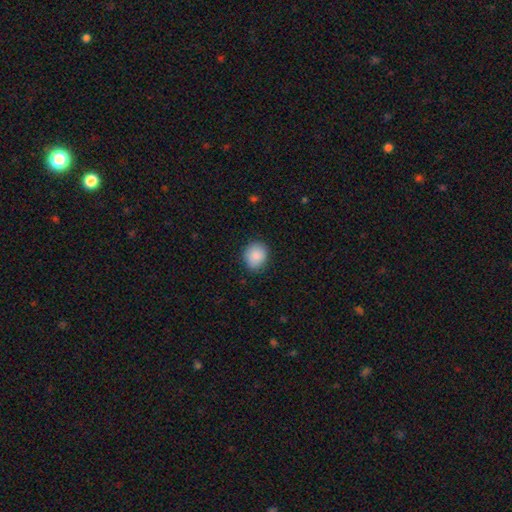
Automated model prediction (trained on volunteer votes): Overall: smooth (87%). How rounded: round (69%; in between 30%). Merging: none (86%).